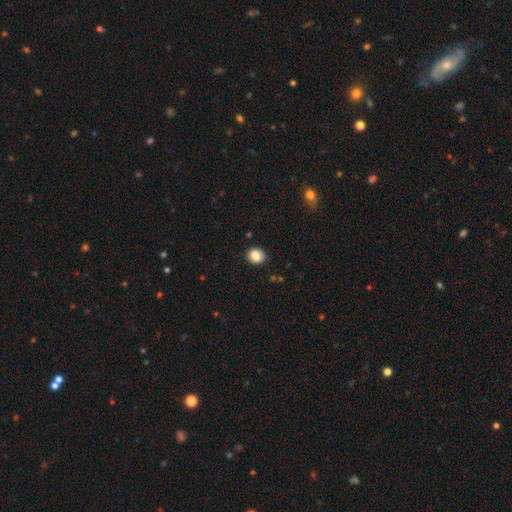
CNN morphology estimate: Q: Smooth or featured?
A: smooth (86%); runner-up: star or artifact (9%)
Q: How rounded?
A: round (64%); runner-up: in between (35%)
Q: Merging?
A: none (87%); runner-up: minor disturbance (10%)